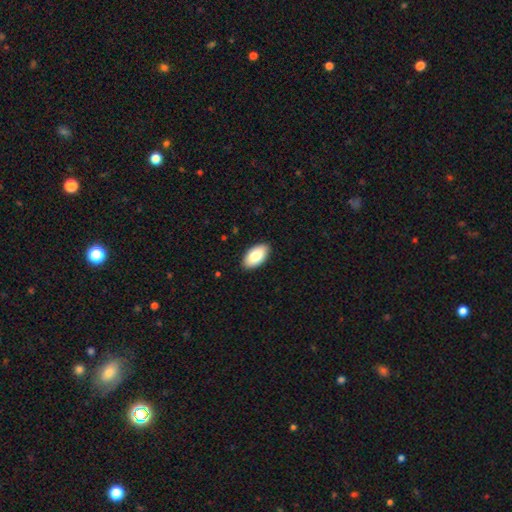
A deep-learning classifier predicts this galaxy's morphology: This is clearly a smooth galaxy (84%). How rounded: clearly in between (96%). Merging: clearly none (89%).